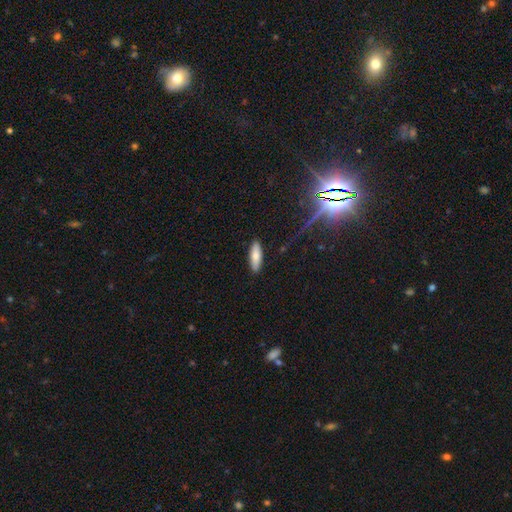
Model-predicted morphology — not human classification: Q: Smooth or featured?
A: smooth (79%); runner-up: featured or disk (14%)
Q: How rounded?
A: in between (54%); runner-up: cigar-shaped (44%)
Q: Merging?
A: none (88%); runner-up: minor disturbance (9%)